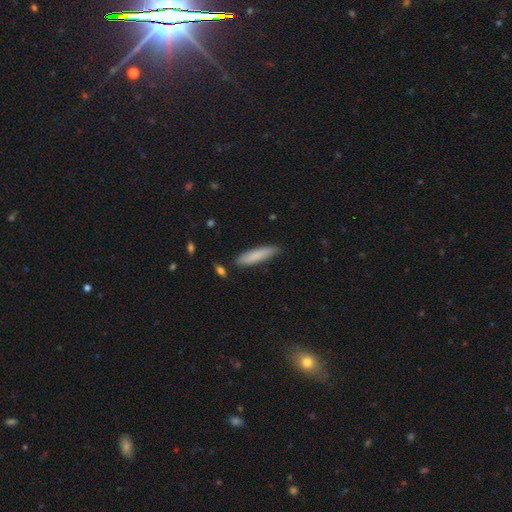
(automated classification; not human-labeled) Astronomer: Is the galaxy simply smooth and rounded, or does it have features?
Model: smooth — 82%.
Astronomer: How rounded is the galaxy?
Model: cigar-shaped — 84%.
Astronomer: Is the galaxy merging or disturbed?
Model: none — 85%.